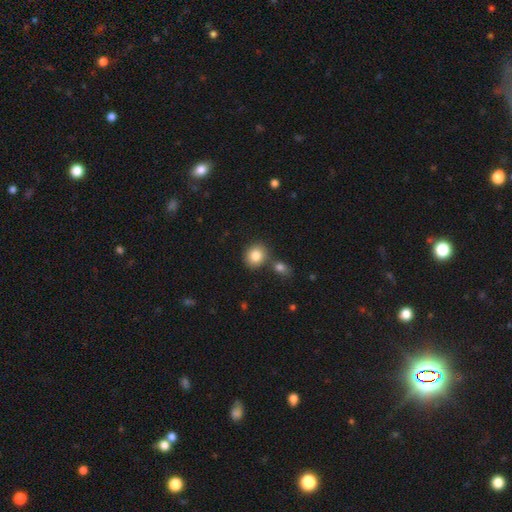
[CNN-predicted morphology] smooth-or-featured: smooth: 83% | star or artifact: 9% | featured or disk: 7%
  how-rounded: round: 77% | in between: 22% | cigar-shaped: 1%
  merging: none: 69% | merger: 19% | minor disturbance: 9% | major disturbance: 3%